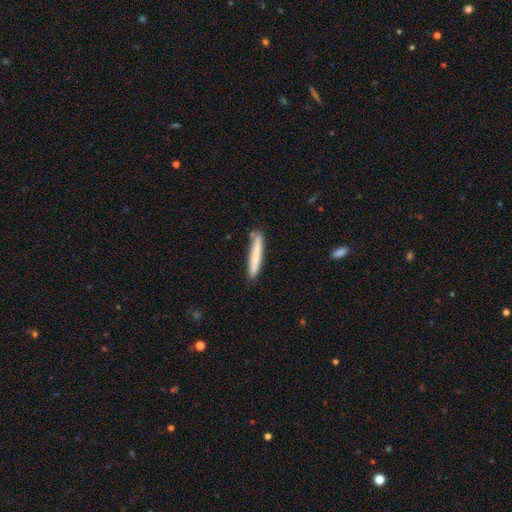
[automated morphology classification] This appears to be a smooth galaxy with no disk features (75%) that is cigar-shaped (95%). Merging: none (84%).